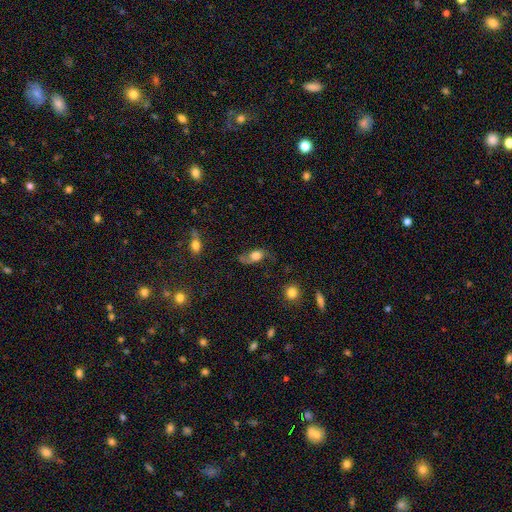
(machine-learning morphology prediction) featured or disk 52%, smooth 39%, star or artifact 9%. Down the decision tree: edge-on disk — no (90%); merging — none (53%).